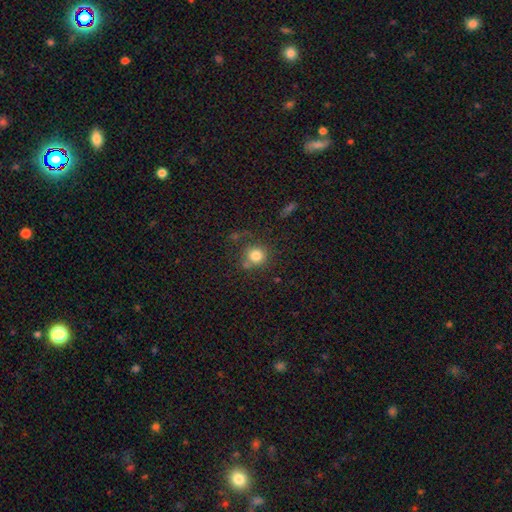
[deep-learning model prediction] A smooth galaxy with no disk features (80%) that is round (89%). Merging: none (68%).